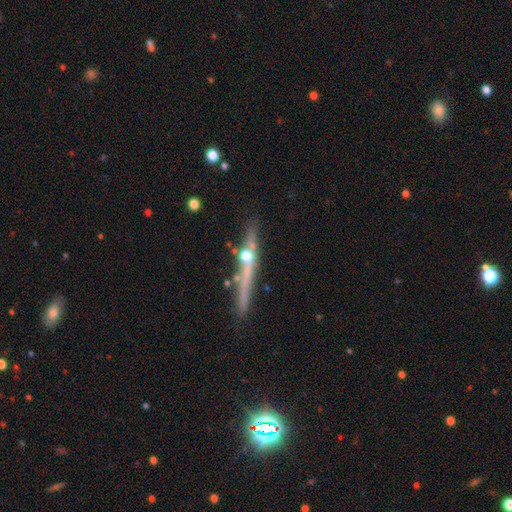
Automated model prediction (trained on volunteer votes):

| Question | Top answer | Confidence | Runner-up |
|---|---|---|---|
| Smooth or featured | featured or disk | 71% | smooth (20%) |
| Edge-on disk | yes | 96% | no (4%) |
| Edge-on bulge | rounded | 71% | none (24%) |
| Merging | none | 76% | minor disturbance (13%) |